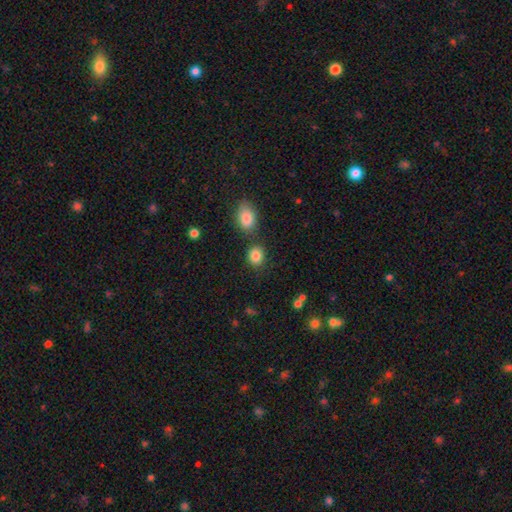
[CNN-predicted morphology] A smooth galaxy with no disk features (86%) that is round (65%).

Vote fractions:
- Smooth or featured? smooth: 86% / star or artifact: 9% / featured or disk: 5%
- How rounded? round: 65% / in between: 34% / cigar-shaped: 1%
- Merging? none: 74% / merger: 13% / minor disturbance: 10% / major disturbance: 4%